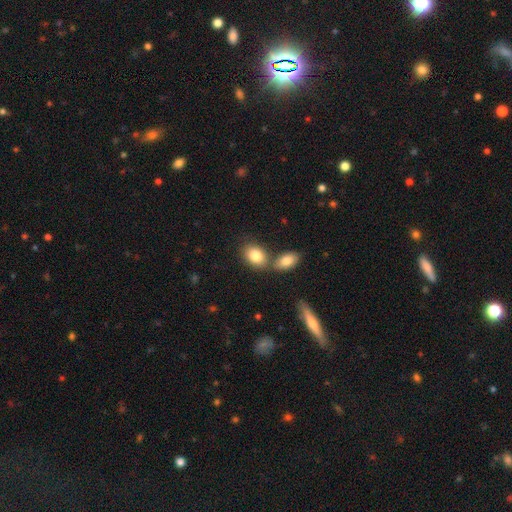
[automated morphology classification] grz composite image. It shows a smooth galaxy with no disk features (83%) that is in between round and cigar-shaped (78%). Merging: none (52%).